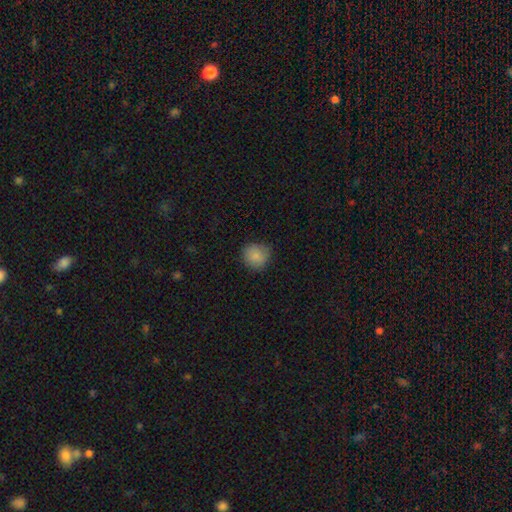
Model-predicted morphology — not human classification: type=smooth (86%); roundness=round (89%); merging=none (81%).